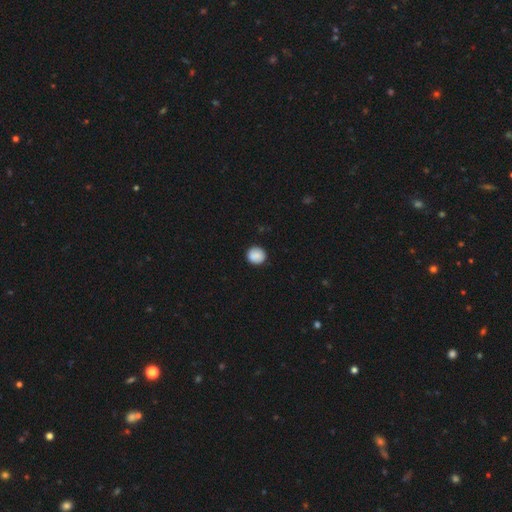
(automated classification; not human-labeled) Smooth or featured: smooth — 87% (star or artifact — 8%)
How rounded: round — 91% (in between — 8%)
Merging: none — 89% (minor disturbance — 8%)